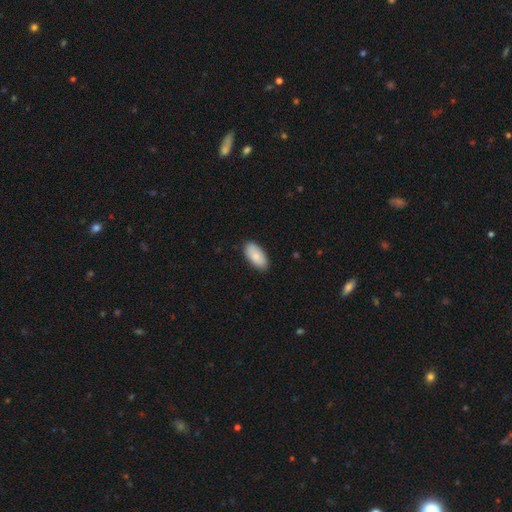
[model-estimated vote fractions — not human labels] Q: Smooth or featured?
A: smooth (84%); runner-up: featured or disk (9%)
Q: How rounded?
A: in between (93%); runner-up: cigar-shaped (5%)
Q: Merging?
A: none (87%); runner-up: minor disturbance (10%)